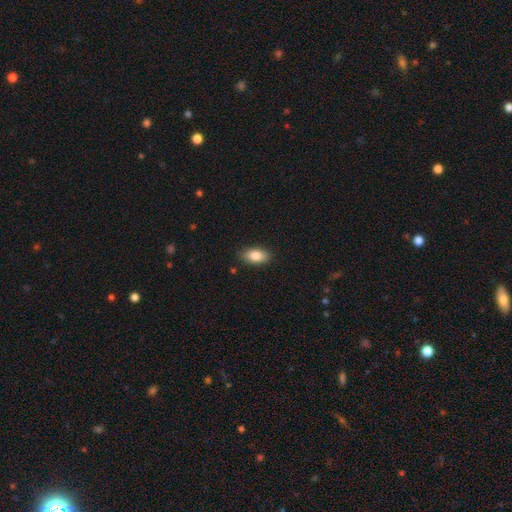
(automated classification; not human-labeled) Overall: smooth (85%). How rounded: in between (91%). Merging: none (88%).